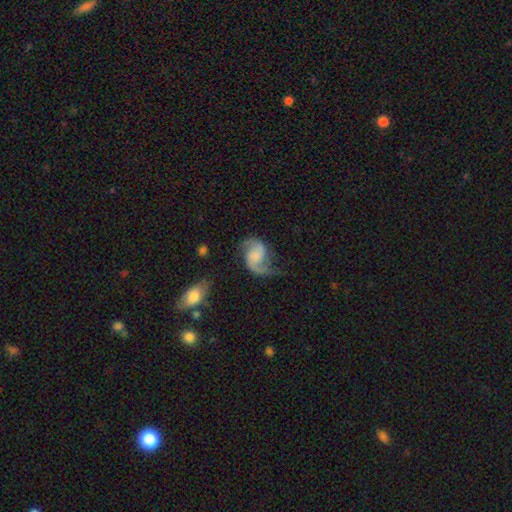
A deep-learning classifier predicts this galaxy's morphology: smooth-or-featured: featured or disk: 86% | smooth: 9% | star or artifact: 5%
  disk-edge-on: no: 98% | yes: 2%
    bar: no: 59% | weak: 33% | strong: 9%
    has-spiral-arms: yes: 97% | no: 3%
      spiral-winding: loose: 49% | medium: 41% | tight: 10%
      spiral-arm-count: 2: 92% | 1: 4% | can't tell: 2% | 3: 1% | 4: 1% | more than 4: 1%
    bulge-size: none: 47% | small: 17% | moderate: 17% | large: 14% | dominant: 4%
  merging: none: 63% | minor disturbance: 21% | major disturbance: 13% | merger: 3%